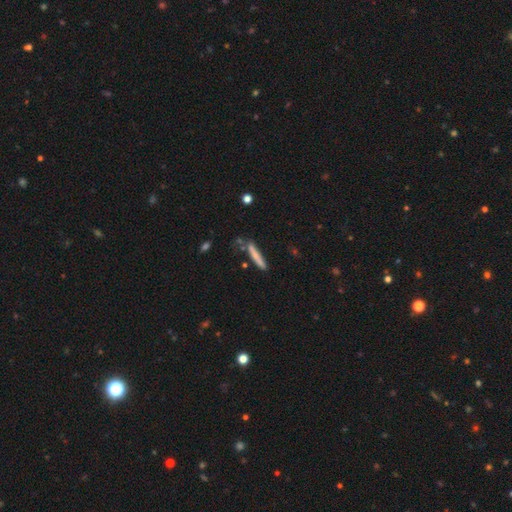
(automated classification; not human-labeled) smooth-or-featured: smooth: 69% | featured or disk: 24% | star or artifact: 7%
  how-rounded: cigar-shaped: 93% | in between: 6% | round: 2%
  merging: none: 70% | minor disturbance: 18% | merger: 7% | major disturbance: 4%